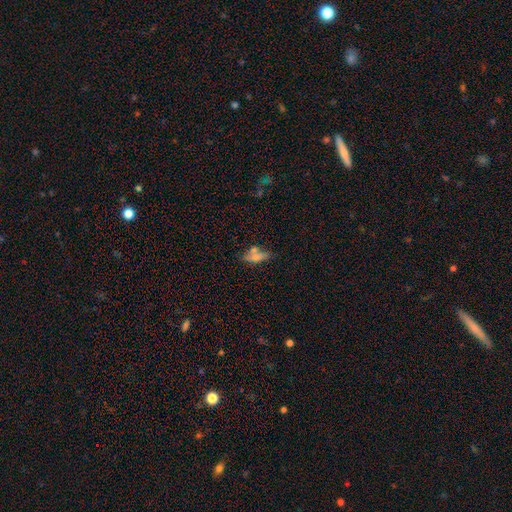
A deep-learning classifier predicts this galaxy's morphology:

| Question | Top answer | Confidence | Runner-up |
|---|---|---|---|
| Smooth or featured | smooth | 58% | featured or disk (28%) |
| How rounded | in between | 59% | cigar-shaped (35%) |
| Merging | none | 58% | merger (19%) |